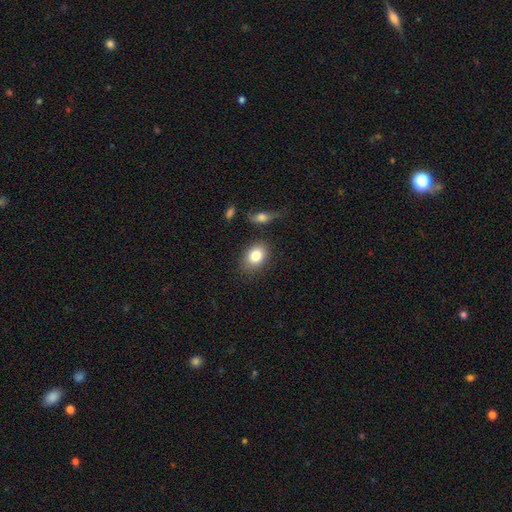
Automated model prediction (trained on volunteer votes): This appears to be a smooth galaxy with no disk features (84%) that is in between round and cigar-shaped (68%). Merging: none (77%).